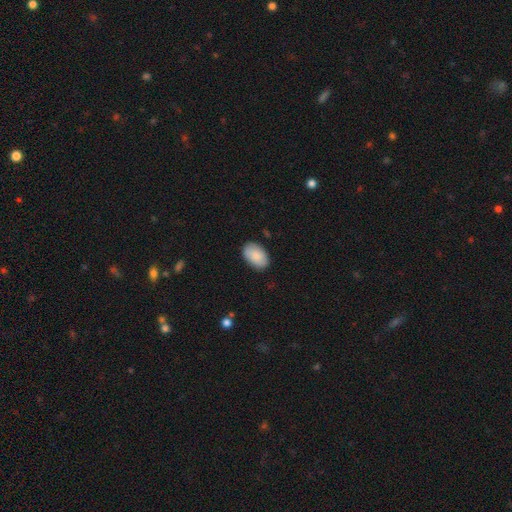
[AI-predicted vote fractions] This is clearly a smooth galaxy (85%). How rounded: clearly in between (92%). Merging: clearly none (85%).